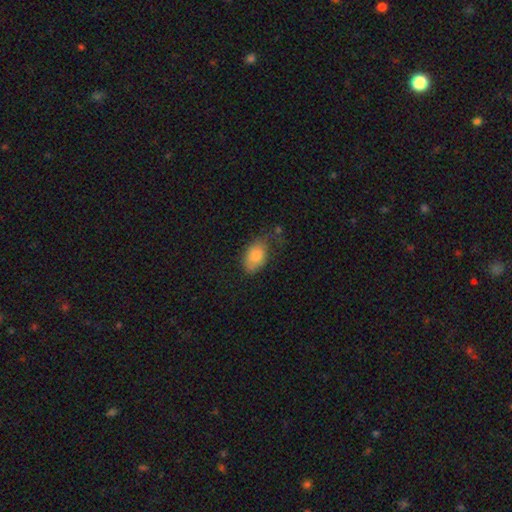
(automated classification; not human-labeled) A smooth galaxy with no disk features (81%) that is in between round and cigar-shaped (89%). Merging: none (54%).